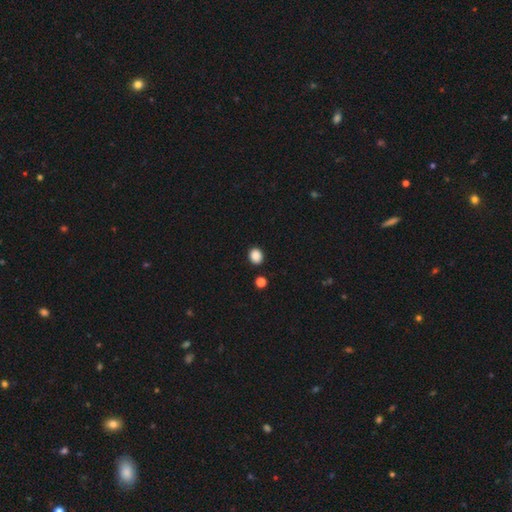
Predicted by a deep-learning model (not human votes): Smooth or featured: smooth — 87% (star or artifact — 10%)
How rounded: round — 56% (in between — 43%)
Merging: none — 88% (minor disturbance — 7%)